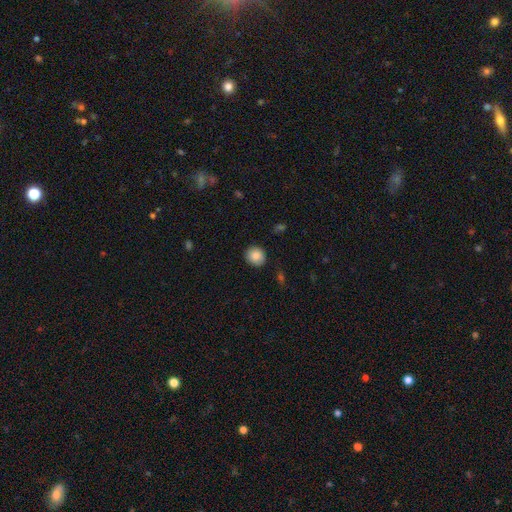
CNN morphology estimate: Q: Smooth or featured?
A: smooth (86%); runner-up: star or artifact (8%)
Q: How rounded?
A: round (84%); runner-up: in between (15%)
Q: Merging?
A: none (88%); runner-up: minor disturbance (9%)